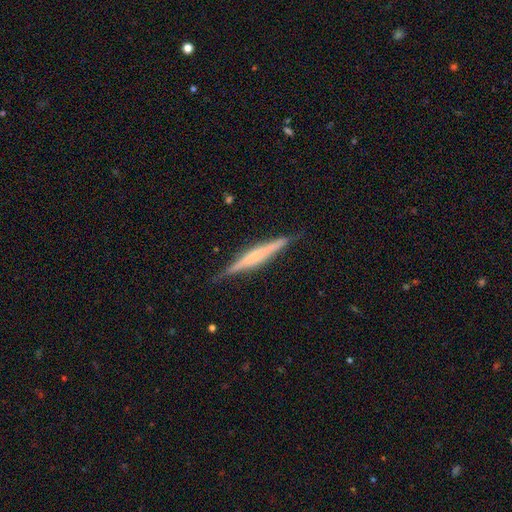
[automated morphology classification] Overall: featured or disk (66%; smooth 27%). Edge-on disk: yes (98%). Edge-on bulge: rounded (44%; none 33%). Merging: none (86%).